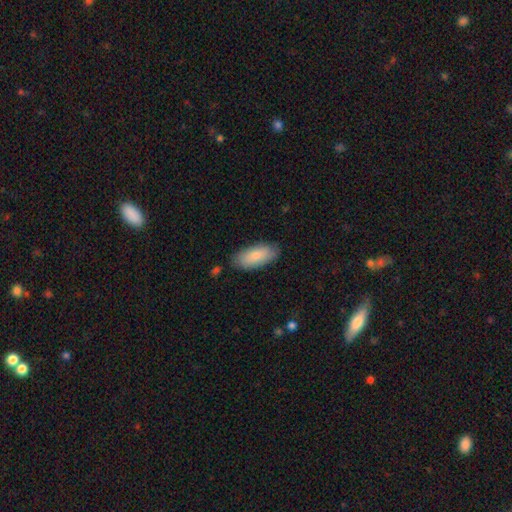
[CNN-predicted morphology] Smooth or featured?
  - smooth: 84% *
  - featured or disk: 10%
  - star or artifact: 6%
How rounded?
  - in between: 87% *
  - cigar-shaped: 11%
  - round: 2%
Merging?
  - none: 83% *
  - minor disturbance: 12%
  - major disturbance: 3%
  - merger: 2%